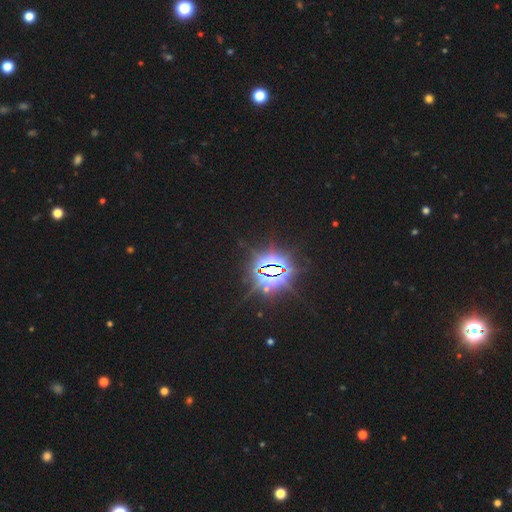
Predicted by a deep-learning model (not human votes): Overall: star or artifact (85%).